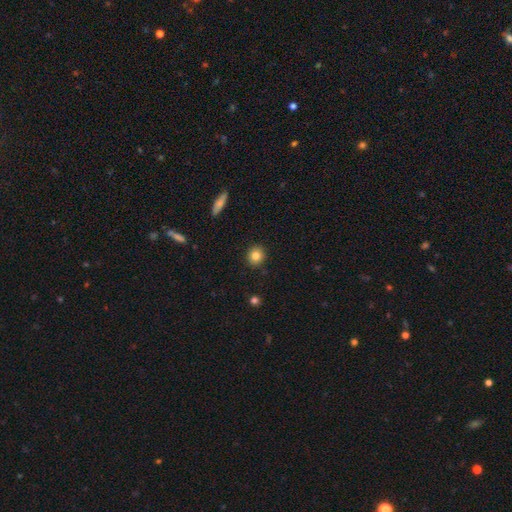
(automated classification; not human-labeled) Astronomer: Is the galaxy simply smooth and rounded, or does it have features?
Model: smooth — 84%.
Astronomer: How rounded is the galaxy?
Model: round — 87%.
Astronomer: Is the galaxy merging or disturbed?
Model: none — 91%.